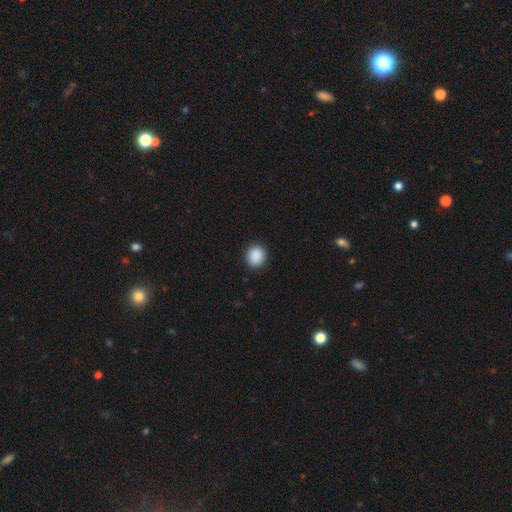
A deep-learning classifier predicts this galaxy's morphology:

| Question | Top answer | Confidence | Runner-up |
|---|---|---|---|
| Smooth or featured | smooth | 89% | star or artifact (8%) |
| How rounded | round | 85% | in between (14%) |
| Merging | none | 91% | minor disturbance (6%) |